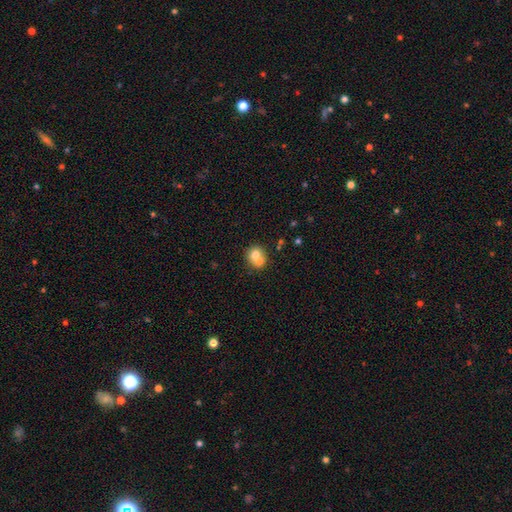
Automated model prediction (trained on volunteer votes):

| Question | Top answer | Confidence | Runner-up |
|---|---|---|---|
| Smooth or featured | smooth | 70% | featured or disk (20%) |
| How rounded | round | 81% | in between (18%) |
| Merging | merger | 53% | none (38%) |